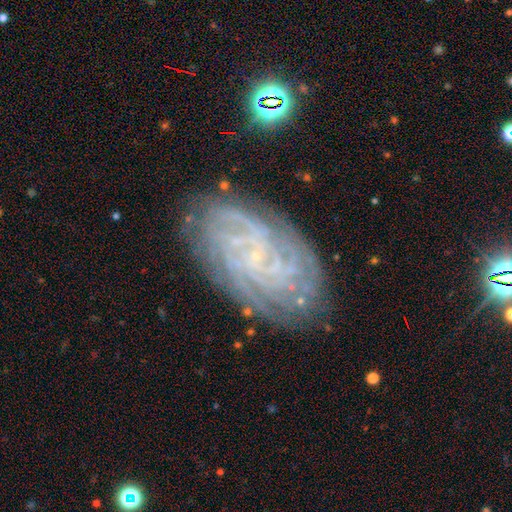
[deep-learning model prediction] The model was most divided on "spiral arm count": can't tell: 31%, more than 4: 19%, 4: 18%, 3: 12%, 2: 11%, 1: 9%. More confident: edge-on disk — no (97%); spiral arms — yes (96%); bulge size — small (84%); smooth or featured — featured or disk (83%); merging — none (79%); spiral winding — tight (74%); bar — no (63%).